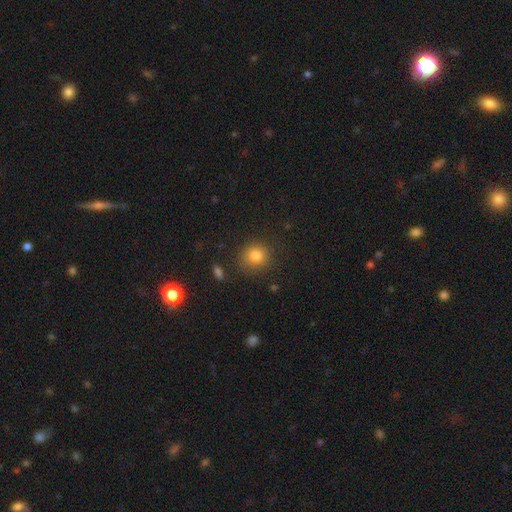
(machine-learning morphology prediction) Q: Smooth or featured?
A: smooth (82%); runner-up: star or artifact (12%)
Q: How rounded?
A: round (81%); runner-up: in between (18%)
Q: Merging?
A: none (82%); runner-up: minor disturbance (12%)